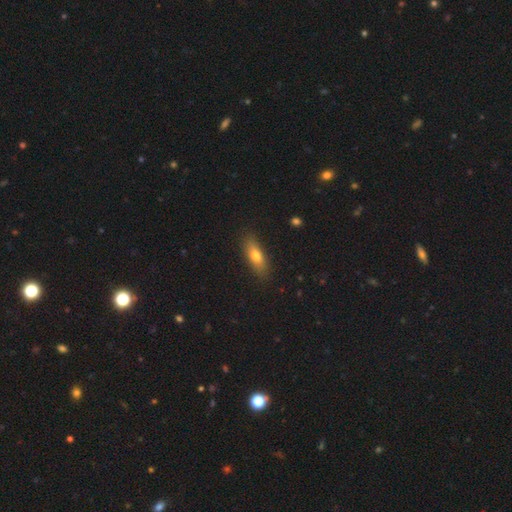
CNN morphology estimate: Smooth or featured? Predicted: smooth (p=0.70). How rounded? Predicted: in between (p=0.61). Merging? Predicted: none (p=0.86).